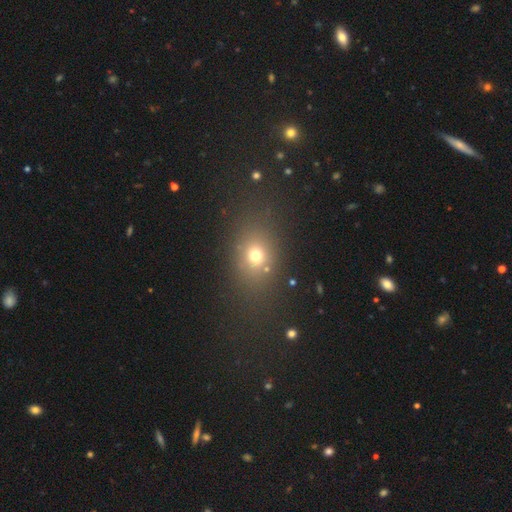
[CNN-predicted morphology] smooth_or_featured: smooth (p=0.69) [alt: star or artifact p=0.18]
how_rounded: in between (p=0.56) [alt: round p=0.42]
merging: none (p=0.74) [alt: minor disturbance p=0.13]